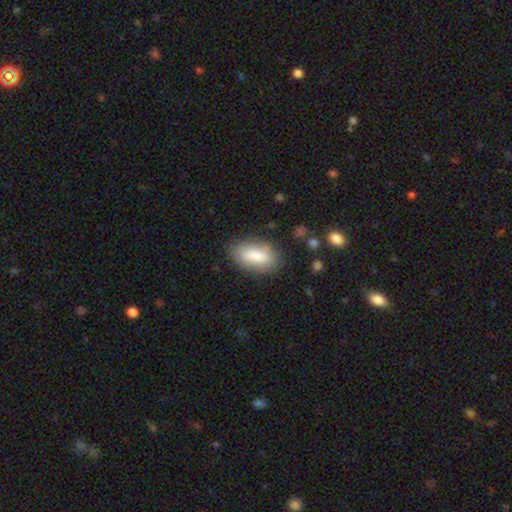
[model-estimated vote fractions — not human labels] This is clearly a smooth galaxy (82%). How rounded: clearly in between (88%). Merging: clearly none (80%).